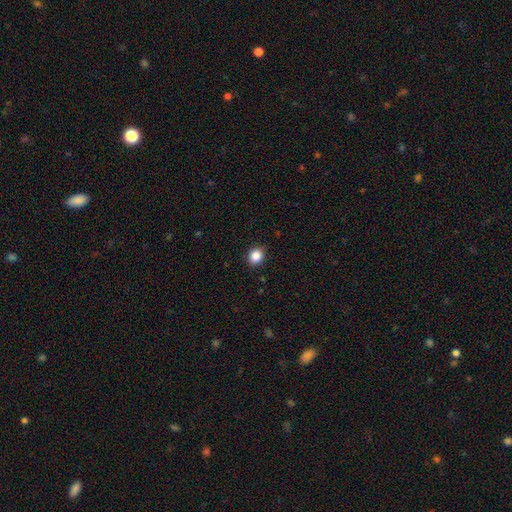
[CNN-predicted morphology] The model was most divided on "how rounded": round: 71%, in between: 28%, cigar-shaped: 1%. More confident: merging — none (90%); smooth or featured — smooth (86%).